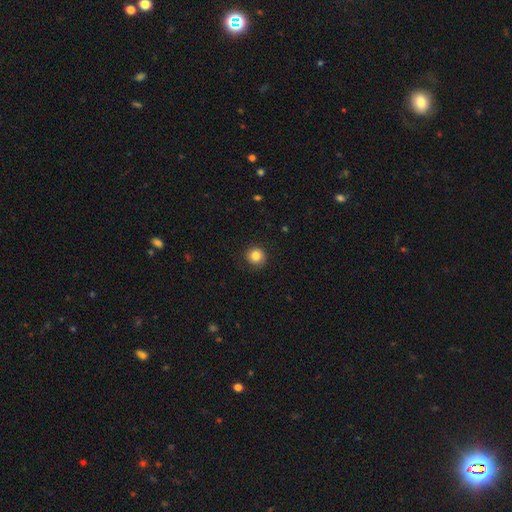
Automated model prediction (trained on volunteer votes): A smooth galaxy with no disk features (84%) that is round (93%).

Vote fractions:
- Smooth or featured? smooth: 84% / star or artifact: 10% / featured or disk: 6%
- How rounded? round: 93% / in between: 6% / cigar-shaped: 1%
- Merging? none: 86% / minor disturbance: 10% / major disturbance: 3% / merger: 1%